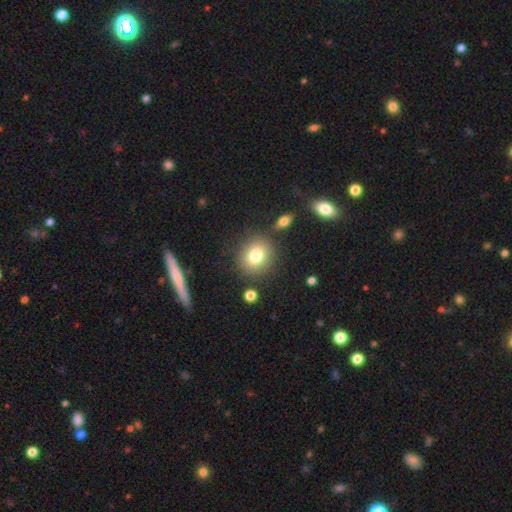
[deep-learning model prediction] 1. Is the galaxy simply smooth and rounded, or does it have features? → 79% smooth, 11% star or artifact, 10% featured or disk.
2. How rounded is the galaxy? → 77% round, 22% in between, 1% cigar-shaped.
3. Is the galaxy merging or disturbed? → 81% none, 9% minor disturbance, 6% merger, 3% major disturbance.